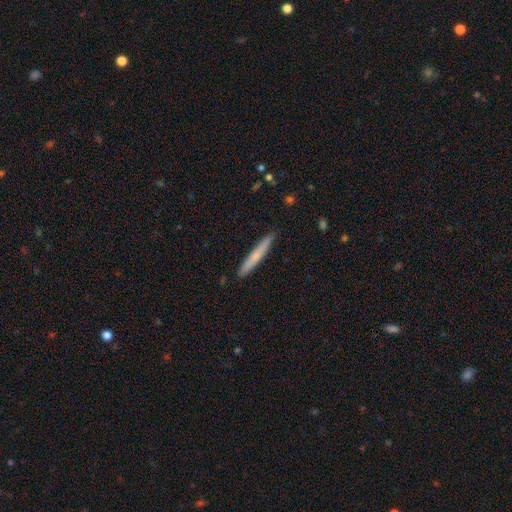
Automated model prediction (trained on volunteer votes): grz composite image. It shows a smooth galaxy with no disk features (63%) that is cigar-shaped (96%). Merging: none (91%).